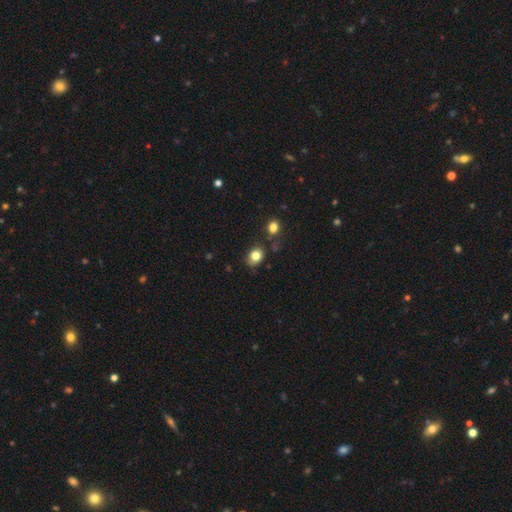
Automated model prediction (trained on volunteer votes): smooth 82%, star or artifact 10%, featured or disk 8%. Down the decision tree: how rounded — in between (58%); merging — none (72%).